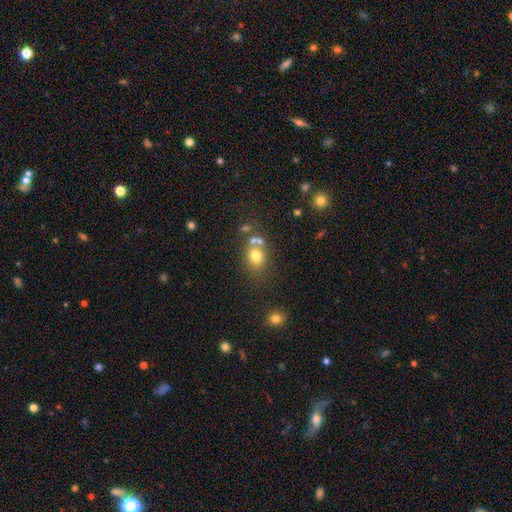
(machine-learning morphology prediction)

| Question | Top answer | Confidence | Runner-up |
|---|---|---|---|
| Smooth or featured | smooth | 73% | star or artifact (14%) |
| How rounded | round | 63% | in between (36%) |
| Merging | none | 55% | merger (26%) |